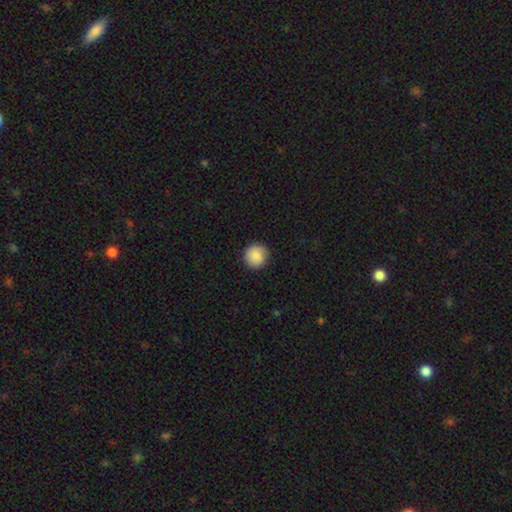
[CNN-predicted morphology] A smooth galaxy with no disk features (88%) that is round (94%).

Vote fractions:
- Smooth or featured? smooth: 88% / star or artifact: 7% / featured or disk: 5%
- How rounded? round: 94% / in between: 5% / cigar-shaped: 1%
- Merging? none: 90% / minor disturbance: 7% / major disturbance: 2% / merger: 1%